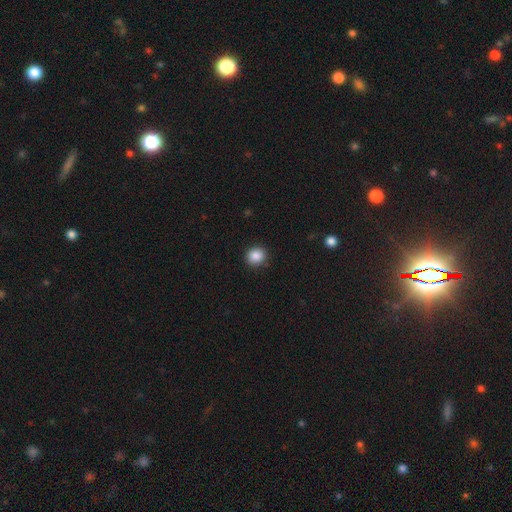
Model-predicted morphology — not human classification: A smooth galaxy with no disk features (88%) that is round (81%).

Vote fractions:
- Smooth or featured? smooth: 88% / star or artifact: 9% / featured or disk: 3%
- How rounded? round: 81% / in between: 18% / cigar-shaped: 1%
- Merging? none: 89% / minor disturbance: 8% / major disturbance: 2% / merger: 1%